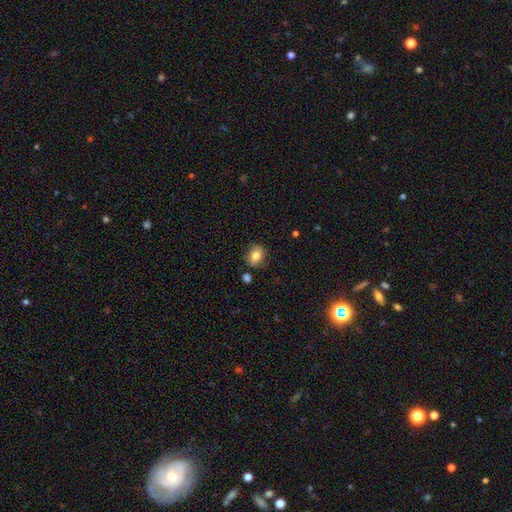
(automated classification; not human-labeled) Smooth or featured: smooth — 80% (featured or disk — 10%)
How rounded: round — 59% (in between — 40%)
Merging: none — 79% (minor disturbance — 15%)